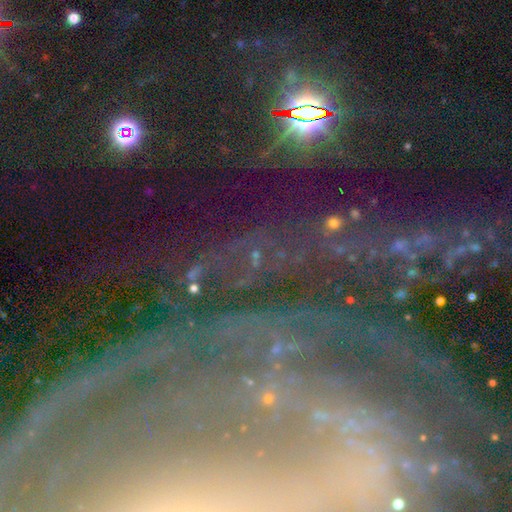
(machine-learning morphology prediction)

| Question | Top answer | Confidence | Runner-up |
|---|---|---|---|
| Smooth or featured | star or artifact | 65% | featured or disk (18%) |